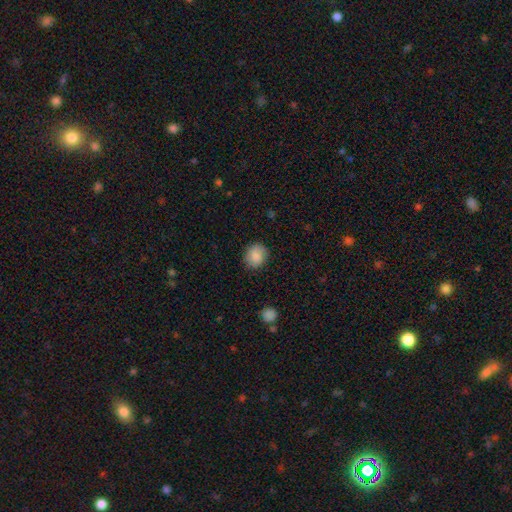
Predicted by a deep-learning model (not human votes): The model was most divided on "how rounded": round: 74%, in between: 25%, cigar-shaped: 1%. More confident: smooth or featured — smooth (86%); merging — none (85%).